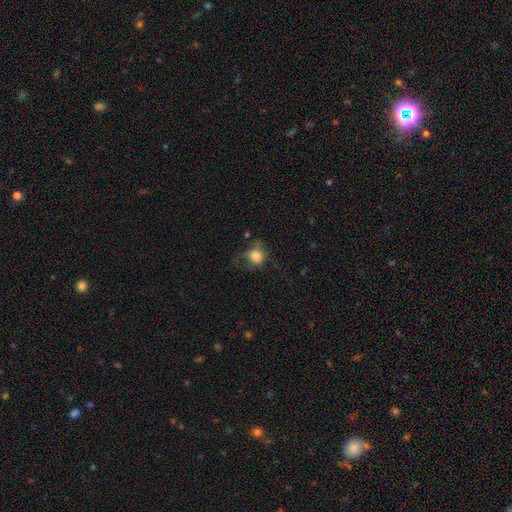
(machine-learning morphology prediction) smooth-or-featured: smooth: 75% | featured or disk: 16% | star or artifact: 9%
  how-rounded: round: 67% | in between: 32% | cigar-shaped: 1%
  merging: none: 36% | major disturbance: 34% | minor disturbance: 27% | merger: 4%